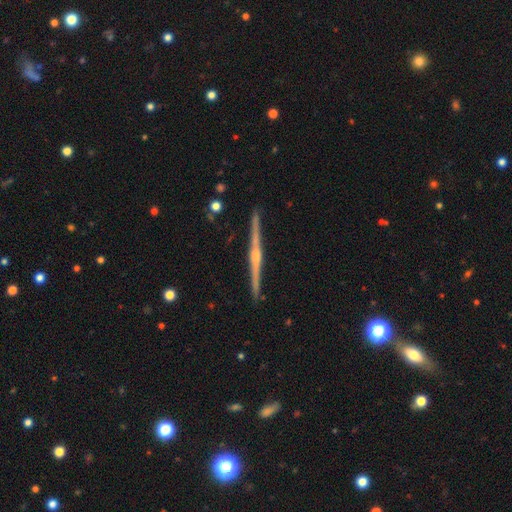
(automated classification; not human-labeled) A featured or disk galaxy (86%) viewed edge-on (99%) with a rounded central bulge (80%). Merging: none (92%).